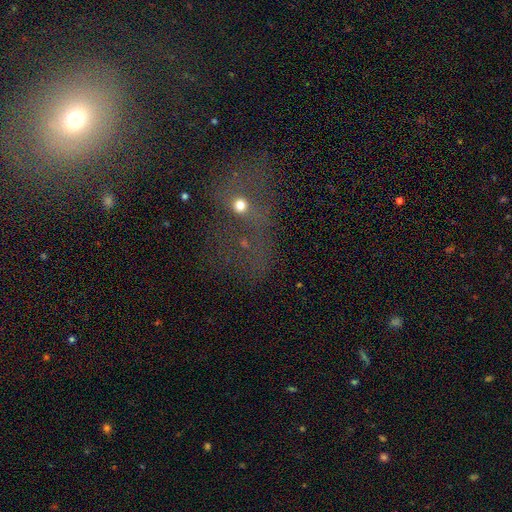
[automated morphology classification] type=star or artifact (42%).